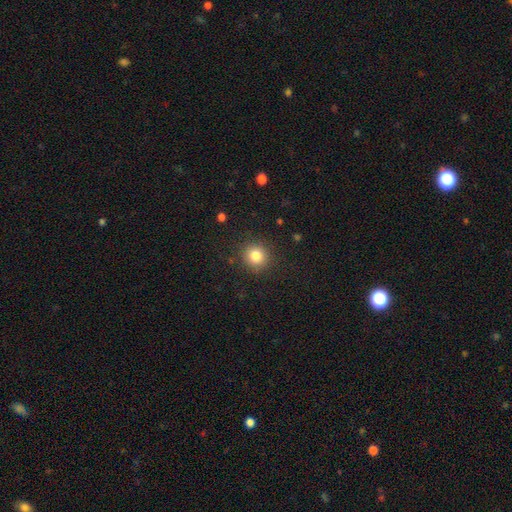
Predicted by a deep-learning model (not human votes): Smooth or featured? Predicted: smooth (p=0.83). How rounded? Predicted: round (p=0.91). Merging? Predicted: none (p=0.89).